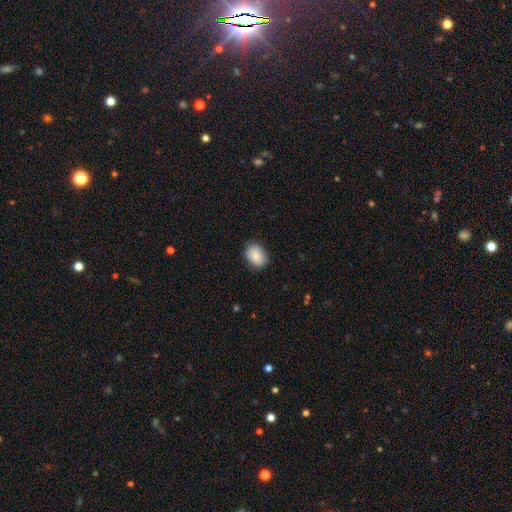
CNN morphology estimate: A smooth galaxy with no disk features (86%) that is in between round and cigar-shaped (71%).

Vote fractions:
- Smooth or featured? smooth: 86% / star or artifact: 7% / featured or disk: 7%
- How rounded? in between: 71% / round: 28% / cigar-shaped: 1%
- Merging? none: 83% / minor disturbance: 14% / major disturbance: 3% / merger: 1%